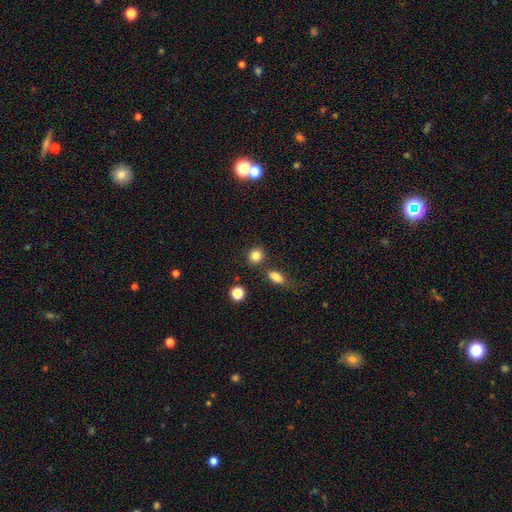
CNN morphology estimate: Q: Smooth or featured?
A: smooth (83%); runner-up: star or artifact (11%)
Q: How rounded?
A: round (76%); runner-up: in between (23%)
Q: Merging?
A: none (78%); runner-up: minor disturbance (10%)